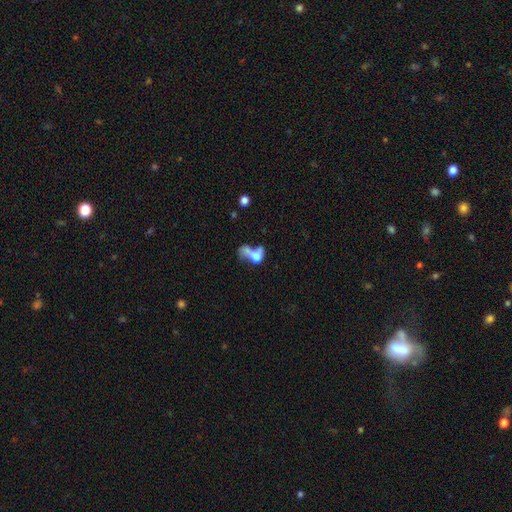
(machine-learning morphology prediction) This is possibly a smooth galaxy (57%). How rounded: likely in between (71%). Merging: likely merger (61%).